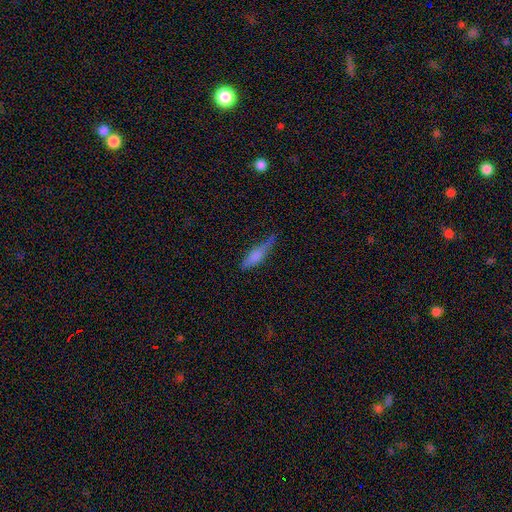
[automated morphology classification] smooth_or_featured: smooth (p=0.66) [alt: featured or disk p=0.25]
how_rounded: cigar-shaped (p=0.66) [alt: in between p=0.32]
merging: none (p=0.55) [alt: minor disturbance p=0.33]